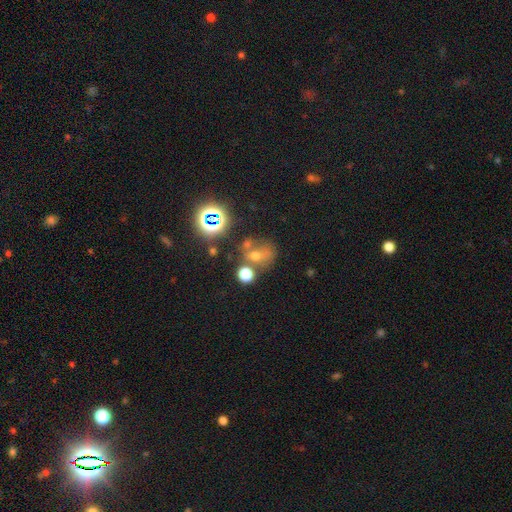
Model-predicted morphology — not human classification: The model was most divided on "smooth or featured": smooth: 45%, star or artifact: 36%, featured or disk: 19%. Remaining: merging — none (48%).